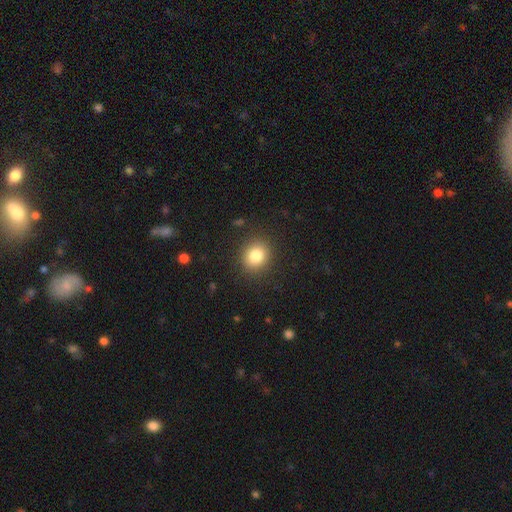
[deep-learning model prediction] A smooth galaxy with no disk features (82%) that is round (78%). Merging: none (89%).